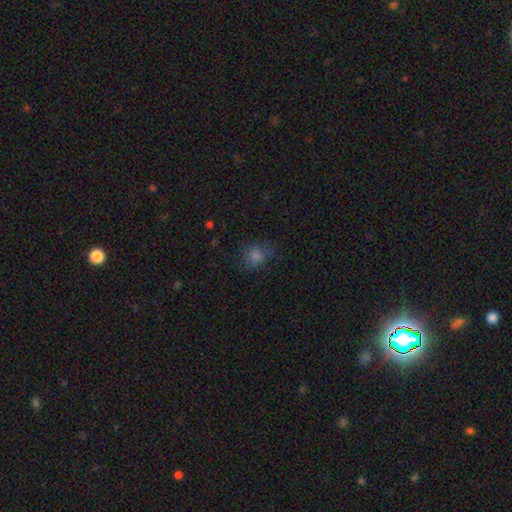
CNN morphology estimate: Smooth or featured? Predicted: smooth (p=0.76). How rounded? Predicted: round (p=0.75). Merging? Predicted: none (p=0.72).